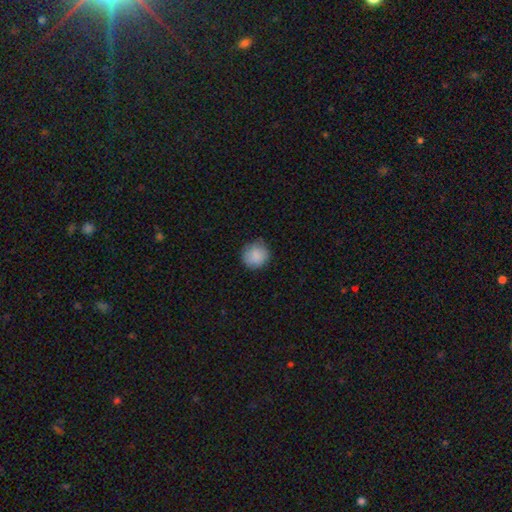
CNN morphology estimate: Q: Smooth or featured?
A: smooth (87%); runner-up: star or artifact (8%)
Q: How rounded?
A: round (92%); runner-up: in between (7%)
Q: Merging?
A: none (78%); runner-up: minor disturbance (17%)